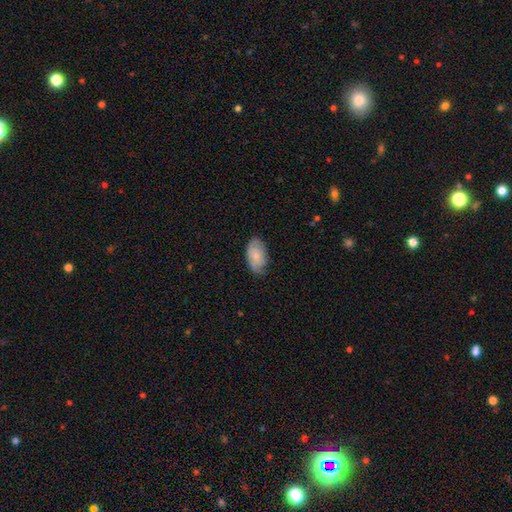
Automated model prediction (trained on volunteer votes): Smooth or featured? smooth (77%)
How rounded? in between (95%)
Merging? none (71%)